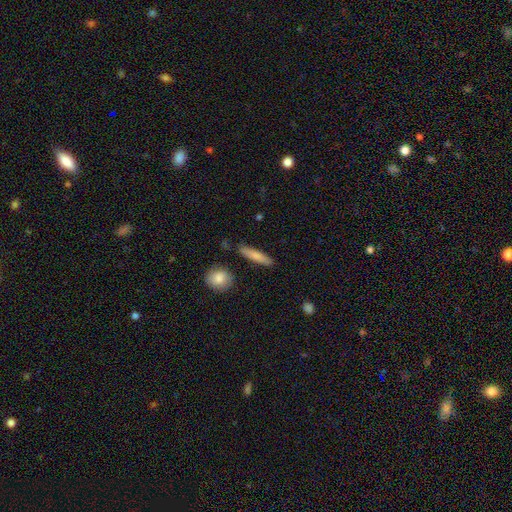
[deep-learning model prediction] This appears to be a smooth galaxy with no disk features (77%) that is cigar-shaped (83%). Merging: none (86%).